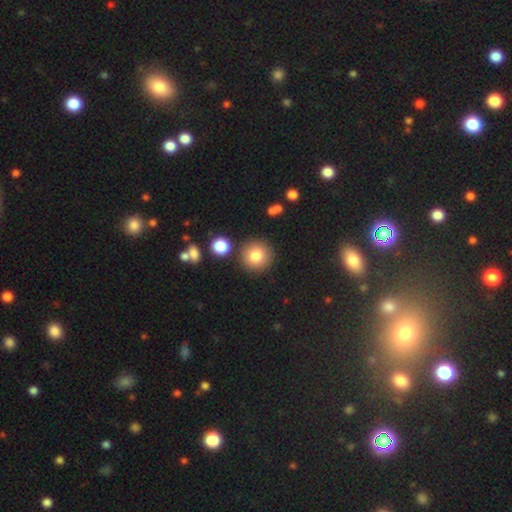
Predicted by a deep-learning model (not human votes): Smooth or featured? smooth (81%)
How rounded? round (93%)
Merging? none (85%)